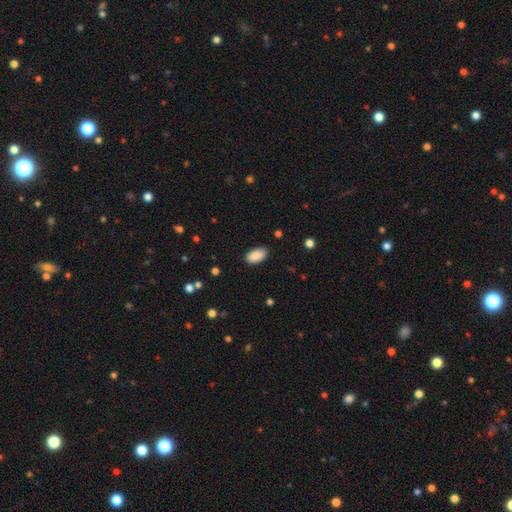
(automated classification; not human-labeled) Morphology: type=smooth (89%); roundness=in between (95%); merging=none (84%).